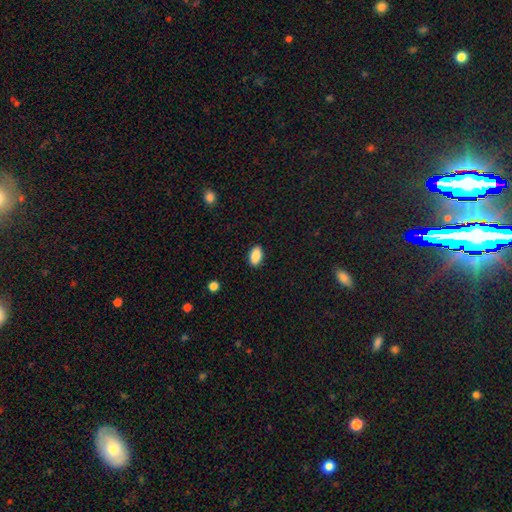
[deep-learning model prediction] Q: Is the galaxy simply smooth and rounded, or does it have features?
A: smooth — 89%.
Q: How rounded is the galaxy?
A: in between — 93%.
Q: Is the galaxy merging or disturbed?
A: none — 89%.